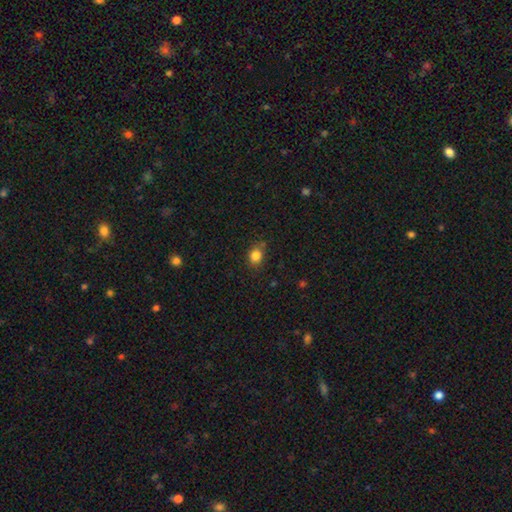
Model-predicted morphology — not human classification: smooth-or-featured: smooth: 83% | star or artifact: 12% | featured or disk: 5%
  how-rounded: round: 63% | in between: 36% | cigar-shaped: 1%
  merging: none: 76% | minor disturbance: 16% | merger: 4% | major disturbance: 4%